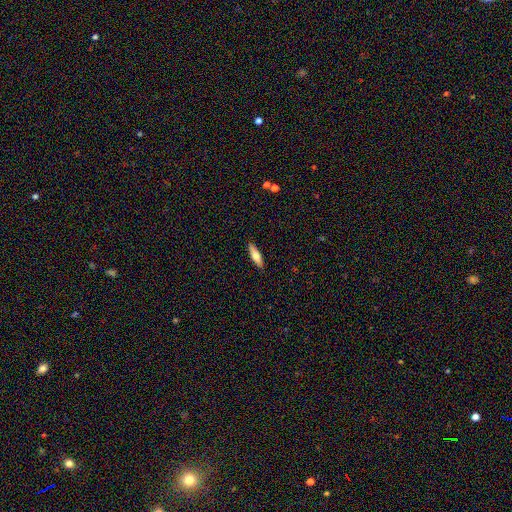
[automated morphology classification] The model was most divided on "how rounded": cigar-shaped: 63%, in between: 35%, round: 2%. More confident: merging — none (90%); smooth or featured — smooth (63%).